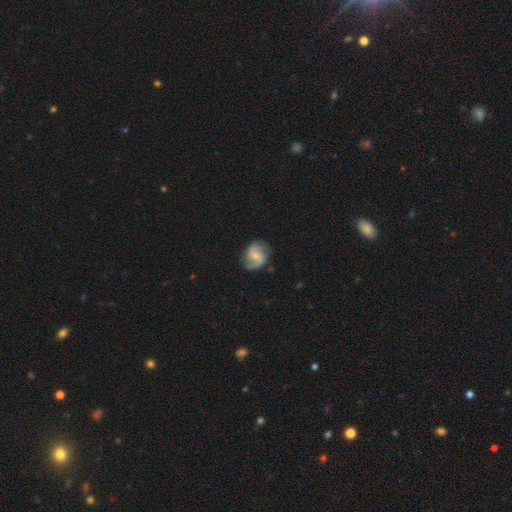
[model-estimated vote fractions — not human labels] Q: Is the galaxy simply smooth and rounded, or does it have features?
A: featured or disk — 77%.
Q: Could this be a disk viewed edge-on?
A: no — 98%.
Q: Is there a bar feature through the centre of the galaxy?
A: weak — 48%.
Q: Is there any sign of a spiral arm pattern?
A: yes — 95%.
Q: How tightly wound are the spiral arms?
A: medium — 49%.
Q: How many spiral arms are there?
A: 2 — 88%.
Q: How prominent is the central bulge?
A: small — 55%.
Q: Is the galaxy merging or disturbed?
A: none — 74%.